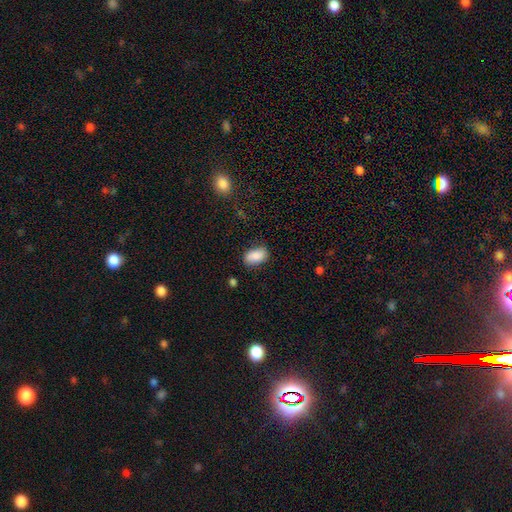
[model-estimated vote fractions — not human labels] Smooth or featured: smooth — 87% (star or artifact — 7%)
How rounded: in between — 92% (round — 6%)
Merging: none — 80% (minor disturbance — 15%)